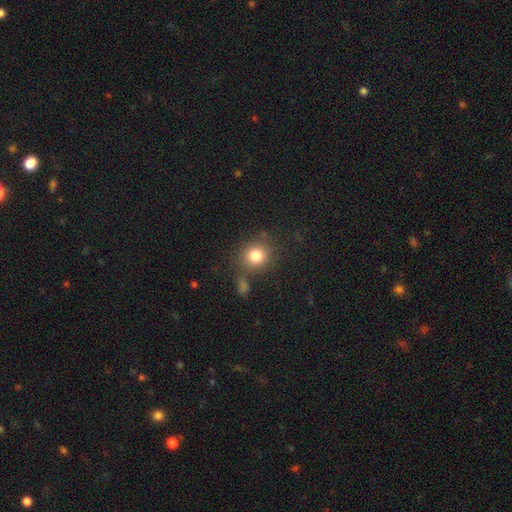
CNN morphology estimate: smooth_or_featured: smooth (p=0.81) [alt: star or artifact p=0.12]
how_rounded: round (p=0.86) [alt: in between p=0.13]
merging: none (p=0.77) [alt: minor disturbance p=0.11]